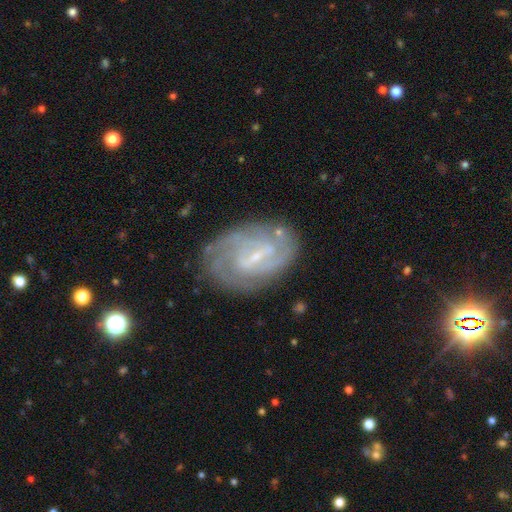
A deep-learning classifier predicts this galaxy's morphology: smooth_or_featured: featured or disk (p=0.82) [alt: smooth p=0.11]
disk_edge_on: no (p=0.96) [alt: yes p=0.04]
bar: weak (p=0.52) [alt: strong p=0.32]
has_spiral_arms: yes (p=0.90) [alt: no p=0.10]
spiral_winding: tight (p=0.57) [alt: medium p=0.32]
spiral_arm_count: can't tell (p=0.36) [alt: 2 p=0.33]
bulge_size: small (p=0.71) [alt: moderate p=0.16]
merging: none (p=0.72) [alt: minor disturbance p=0.18]